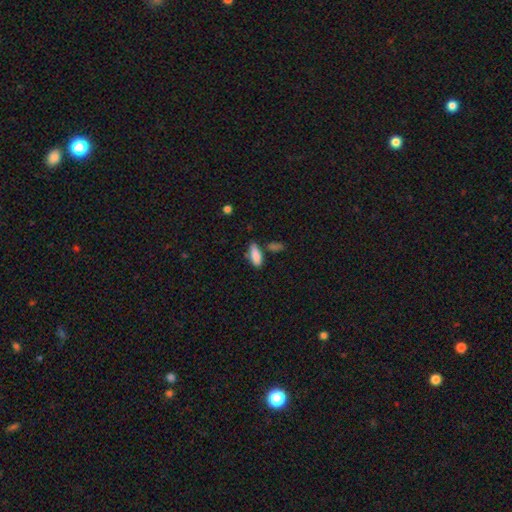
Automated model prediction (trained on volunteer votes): Smooth or featured? smooth (86%)
How rounded? in between (75%)
Merging? none (62%)